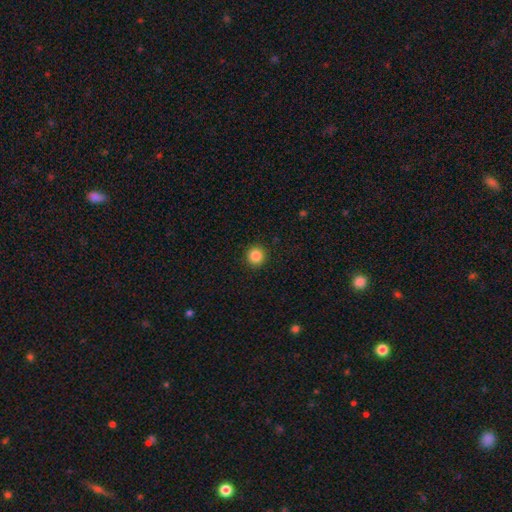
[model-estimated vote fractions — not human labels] smooth_or_featured: smooth (p=0.86) [alt: star or artifact p=0.10]
how_rounded: round (p=0.94) [alt: in between p=0.05]
merging: none (p=0.92) [alt: minor disturbance p=0.05]